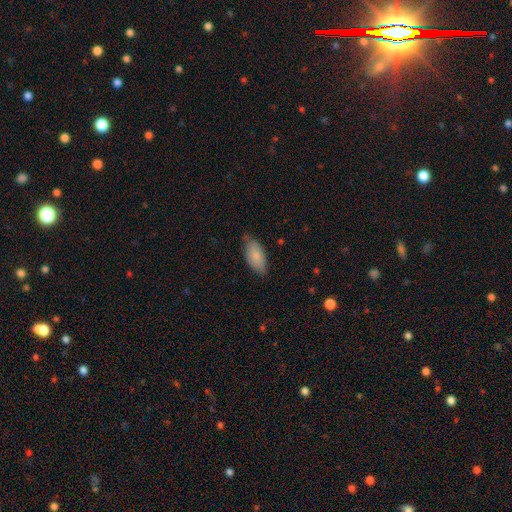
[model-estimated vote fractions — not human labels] smooth 81%, featured or disk 13%, star or artifact 6%. Down the decision tree: how rounded — in between (91%); merging — none (68%).